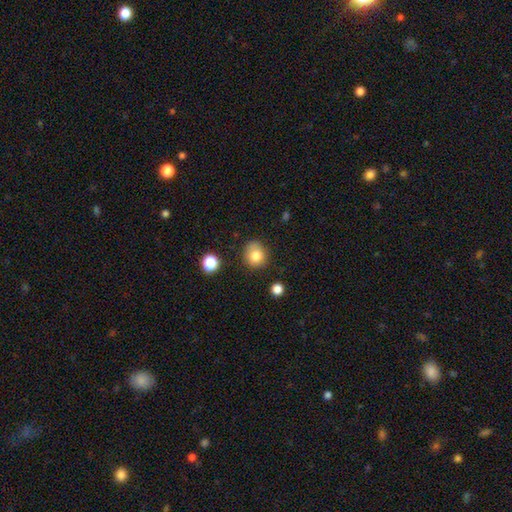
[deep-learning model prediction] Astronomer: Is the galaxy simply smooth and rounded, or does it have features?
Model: smooth — 81%.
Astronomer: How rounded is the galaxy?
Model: round — 81%.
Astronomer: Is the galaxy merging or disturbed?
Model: none — 76%.